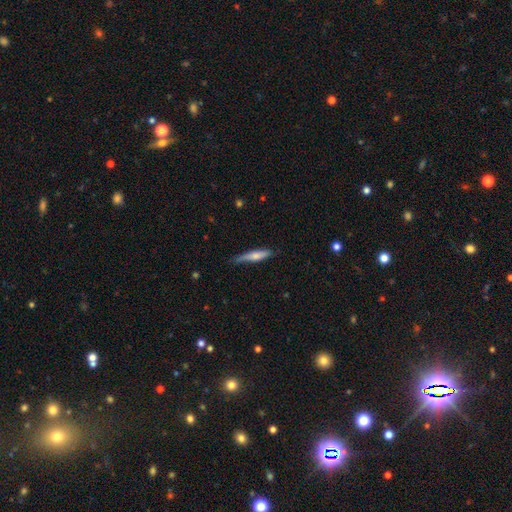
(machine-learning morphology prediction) This appears to be a smooth galaxy with no disk features (62%) that is cigar-shaped (85%). Merging: none (60%).